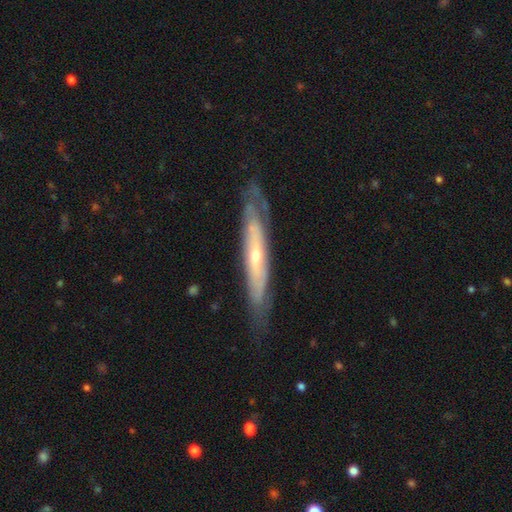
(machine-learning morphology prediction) Smooth or featured? featured or disk (75%)
Edge-on disk? yes (53%)
Merging? none (75%)